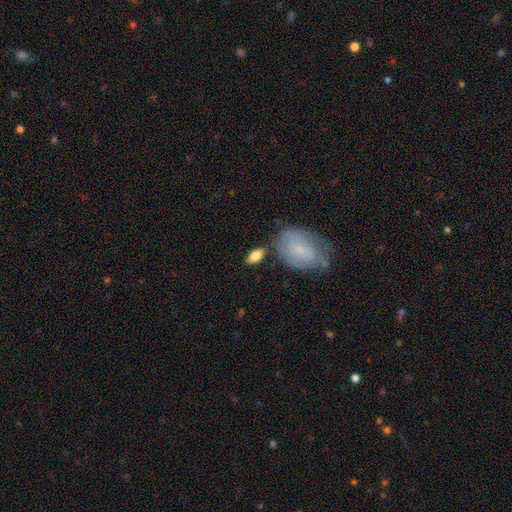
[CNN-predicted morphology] A smooth galaxy with no disk features (76%) that is in between round and cigar-shaped (88%). Merging: none (72%).